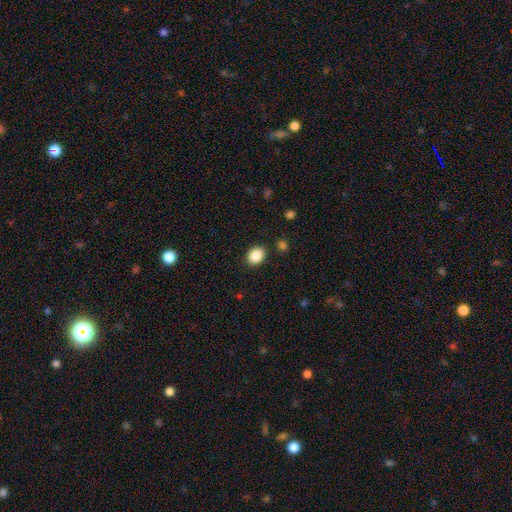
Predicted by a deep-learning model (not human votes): smooth 88%, star or artifact 9%, featured or disk 4%. Down the decision tree: how rounded — in between (54%); merging — none (88%).